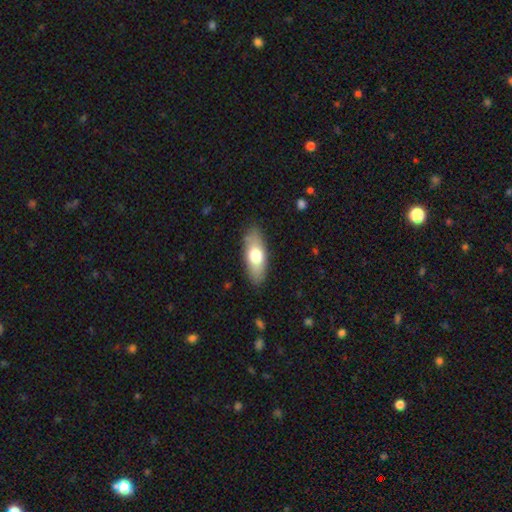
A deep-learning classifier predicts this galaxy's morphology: smooth-or-featured: smooth: 69% | featured or disk: 25% | star or artifact: 6%
  how-rounded: in between: 77% | cigar-shaped: 20% | round: 3%
  merging: none: 86% | minor disturbance: 11% | major disturbance: 3% | merger: 1%